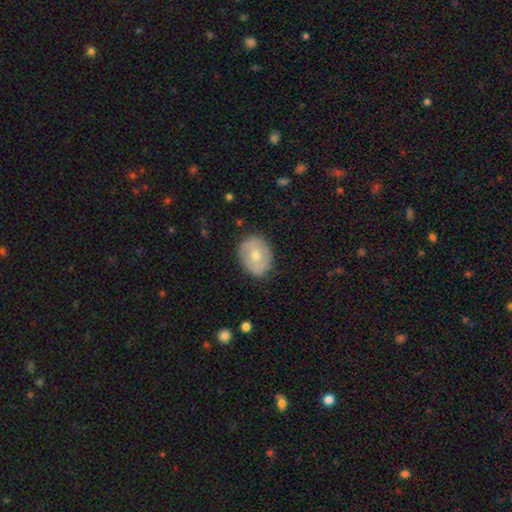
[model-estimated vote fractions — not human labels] The model was most divided on "how rounded": in between: 53%, round: 46%, cigar-shaped: 1%. More confident: merging — none (81%); smooth or featured — smooth (56%).